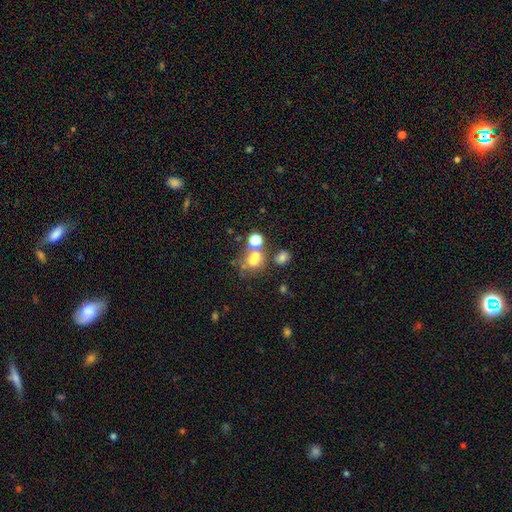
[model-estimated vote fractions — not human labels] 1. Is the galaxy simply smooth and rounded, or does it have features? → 59% smooth, 22% star or artifact, 19% featured or disk.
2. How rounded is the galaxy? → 67% round, 32% in between, 1% cigar-shaped.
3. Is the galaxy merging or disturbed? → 43% merger, 40% none, 10% minor disturbance, 8% major disturbance.